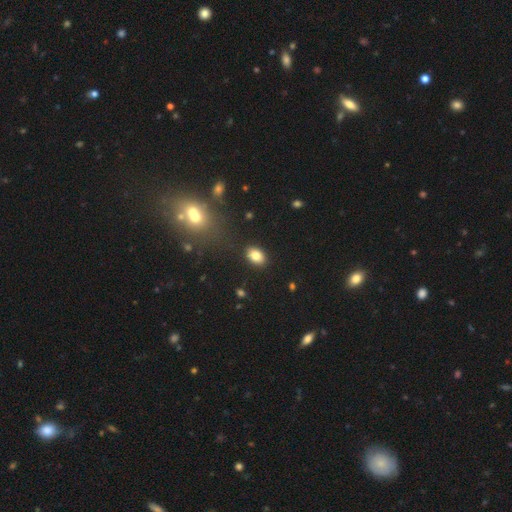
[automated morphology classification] A smooth galaxy with no disk features (84%) that is in between round and cigar-shaped (83%). Merging: none (89%).